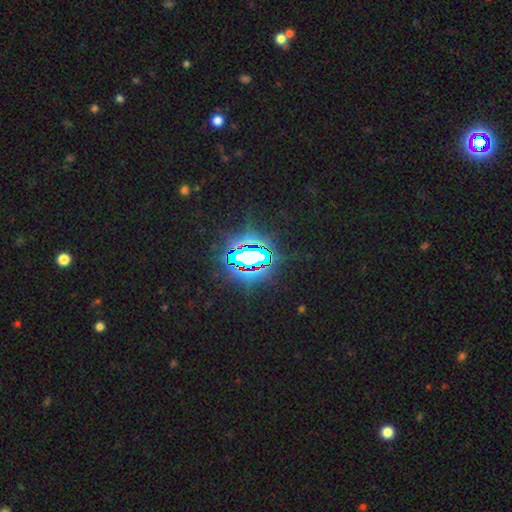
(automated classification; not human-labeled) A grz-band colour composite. It shows a star or artifact, not a galaxy (84%).